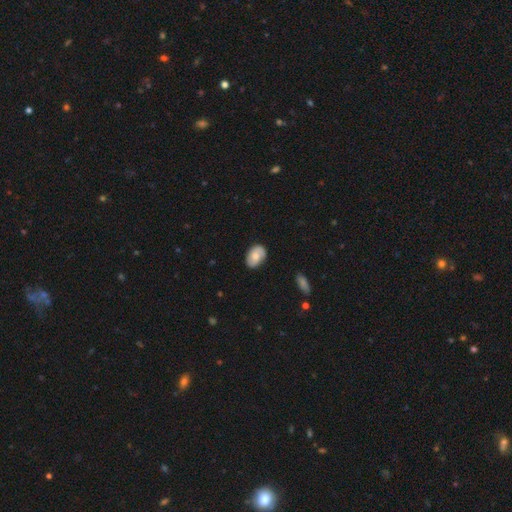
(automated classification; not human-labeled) Overall: smooth (61%; featured or disk 32%). How rounded: in between (84%). Merging: none (79%).